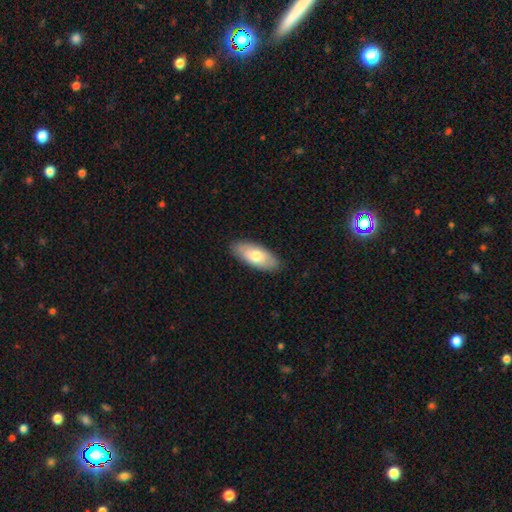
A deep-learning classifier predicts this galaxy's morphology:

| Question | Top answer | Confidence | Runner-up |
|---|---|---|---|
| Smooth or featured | smooth | 74% | featured or disk (21%) |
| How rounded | in between | 85% | cigar-shaped (13%) |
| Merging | none | 88% | minor disturbance (9%) |